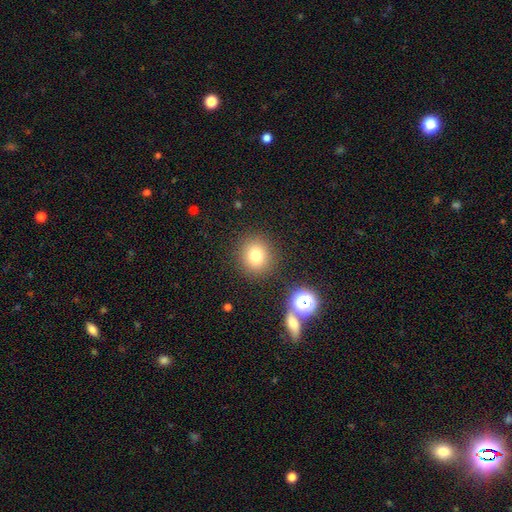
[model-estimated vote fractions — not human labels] smooth 77%, star or artifact 14%, featured or disk 9%. Down the decision tree: how rounded — round (87%); merging — none (87%).